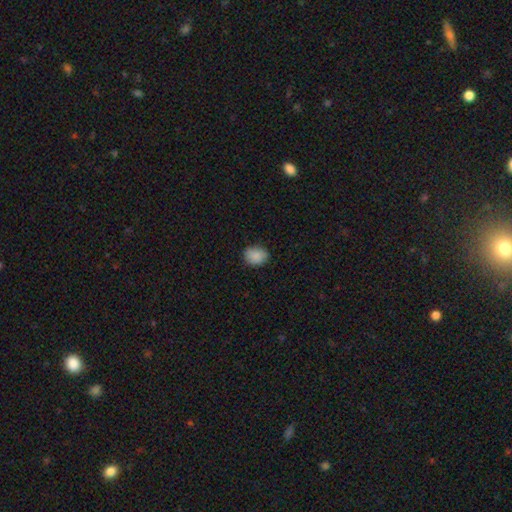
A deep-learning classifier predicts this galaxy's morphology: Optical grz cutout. It shows a smooth galaxy with no disk features (88%) that is in between round and cigar-shaped (53%). Merging: none (82%).